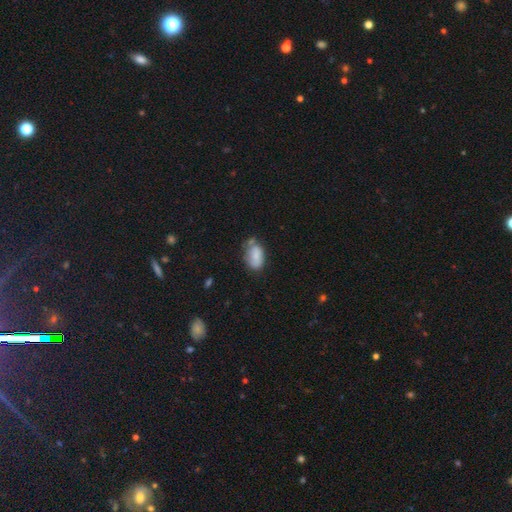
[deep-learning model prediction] The model was most divided on "merging": none: 50%, minor disturbance: 30%, merger: 11%, major disturbance: 9%. More confident: how rounded — in between (90%); smooth or featured — smooth (75%).